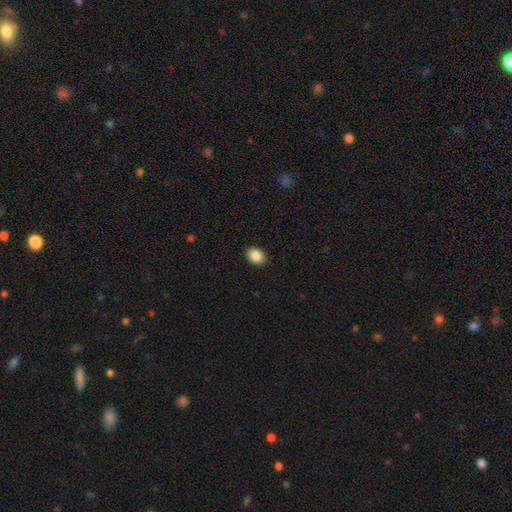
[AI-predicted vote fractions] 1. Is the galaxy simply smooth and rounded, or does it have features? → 88% smooth, 9% star or artifact, 4% featured or disk.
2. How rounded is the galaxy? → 52% in between, 47% round, 1% cigar-shaped.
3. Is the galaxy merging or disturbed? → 90% none, 7% minor disturbance, 2% major disturbance, 1% merger.